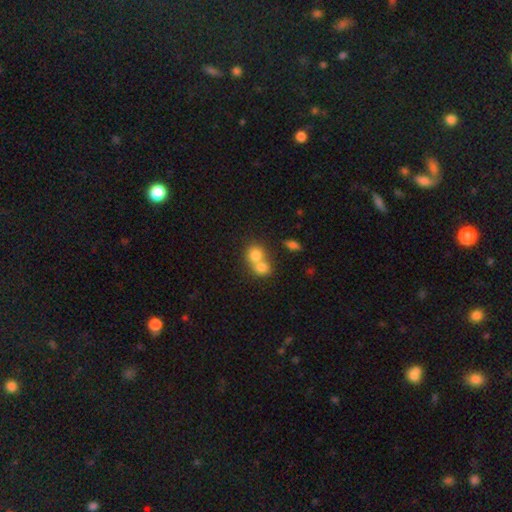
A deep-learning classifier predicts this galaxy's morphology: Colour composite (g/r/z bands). It shows a smooth galaxy with no disk features (76%) that is round (75%). Merging: merger (63%).